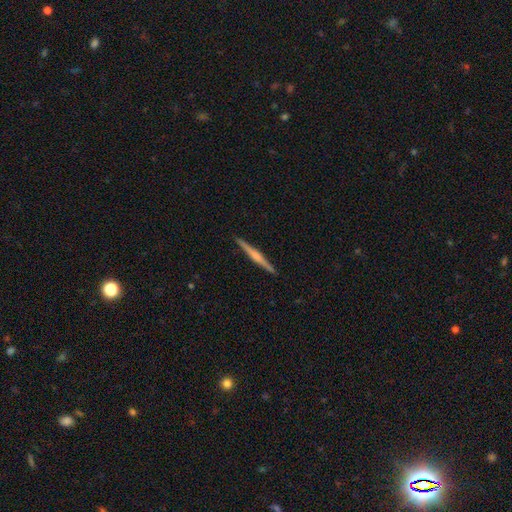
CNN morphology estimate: smooth_or_featured: featured or disk (p=0.68) [alt: smooth p=0.27]
disk_edge_on: yes (p=0.98) [alt: no p=0.02]
edge_on_bulge: rounded (p=0.58) [alt: none p=0.22]
merging: none (p=0.92) [alt: minor disturbance p=0.06]